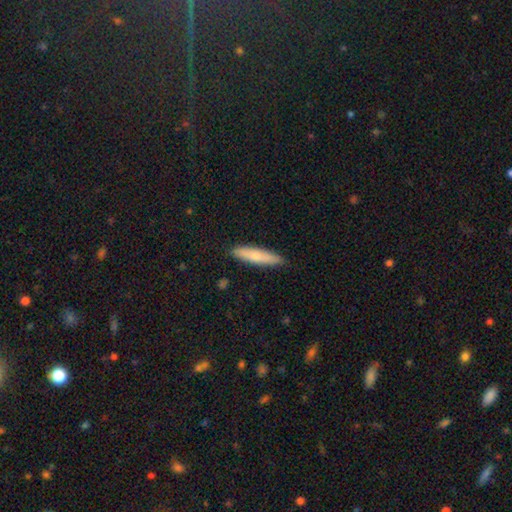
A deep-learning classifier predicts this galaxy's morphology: Q: Smooth or featured?
A: smooth (74%); runner-up: featured or disk (20%)
Q: How rounded?
A: cigar-shaped (83%); runner-up: in between (15%)
Q: Merging?
A: none (88%); runner-up: minor disturbance (10%)